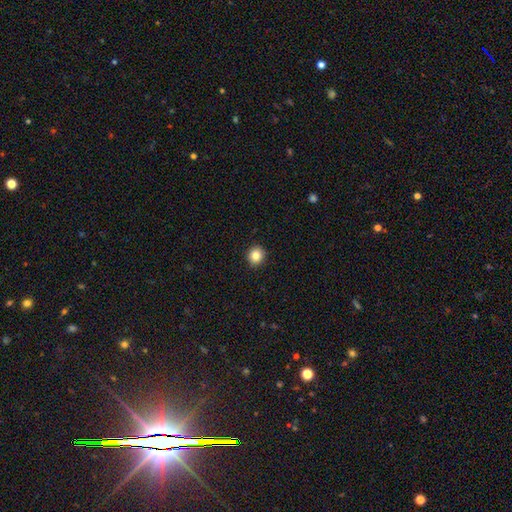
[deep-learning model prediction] Smooth or featured? Predicted: smooth (p=0.84). How rounded? Predicted: round (p=0.88). Merging? Predicted: none (p=0.92).